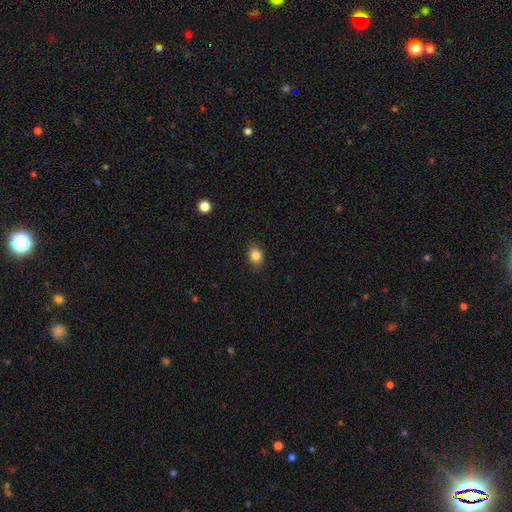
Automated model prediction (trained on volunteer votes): Smooth or featured? Predicted: smooth (p=0.84). How rounded? Predicted: in between (p=0.69). Merging? Predicted: none (p=0.88).